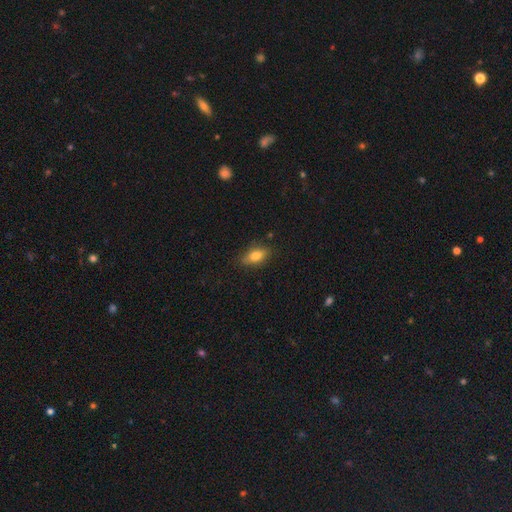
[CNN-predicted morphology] The model was most divided on "merging": none: 78%, minor disturbance: 17%, major disturbance: 3%, merger: 1%. More confident: how rounded — in between (84%); smooth or featured — smooth (78%).